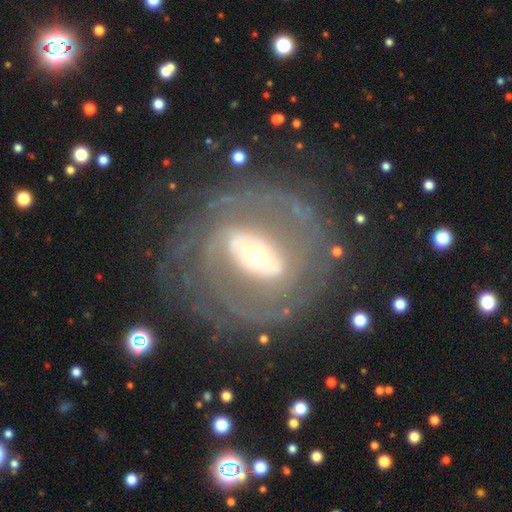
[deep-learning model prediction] smooth-or-featured: featured or disk: 84% | smooth: 10% | star or artifact: 7%
  disk-edge-on: no: 96% | yes: 4%
    bar: strong: 45% | weak: 33% | no: 21%
    has-spiral-arms: yes: 85% | no: 15%
      spiral-winding: tight: 56% | medium: 32% | loose: 12%
      spiral-arm-count: 2: 50% | can't tell: 26% | 3: 10% | 4: 5% | 1: 5% | more than 4: 5%
    bulge-size: moderate: 47% | small: 38% | large: 12% | dominant: 2% | none: 1%
  merging: none: 73% | minor disturbance: 14% | major disturbance: 12% | merger: 2%